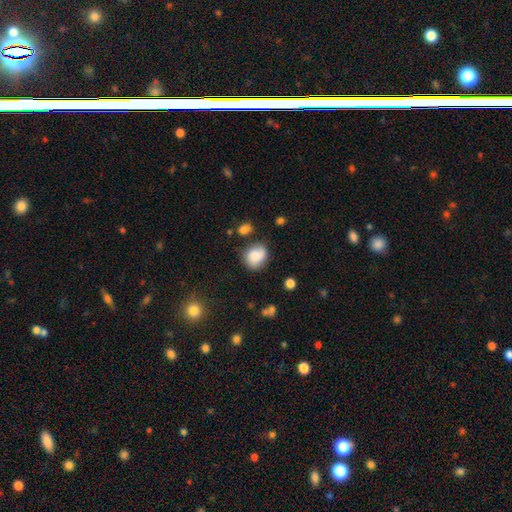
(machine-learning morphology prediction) Smooth or featured?
  - smooth: 80% *
  - featured or disk: 12%
  - star or artifact: 9%
How rounded?
  - round: 66% *
  - in between: 33%
  - cigar-shaped: 1%
Merging?
  - none: 63% *
  - minor disturbance: 23%
  - major disturbance: 7%
  - merger: 6%